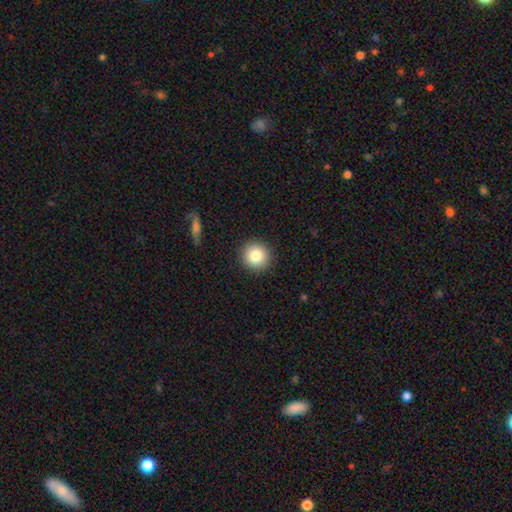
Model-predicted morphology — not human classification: Smooth or featured? smooth (84%)
How rounded? round (94%)
Merging? none (92%)